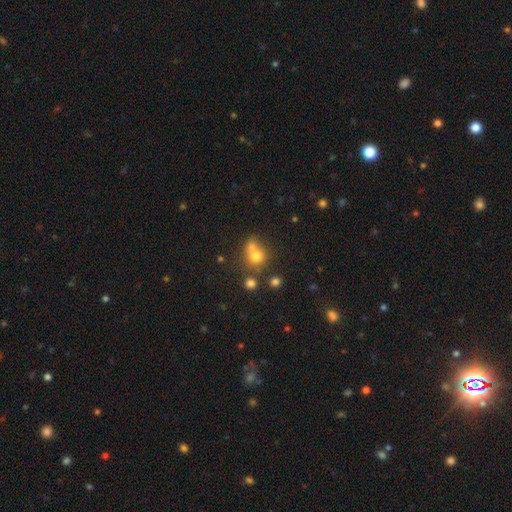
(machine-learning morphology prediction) This is likely a smooth galaxy (71%). How rounded: likely round (80%). Merging: possibly merger (48%).